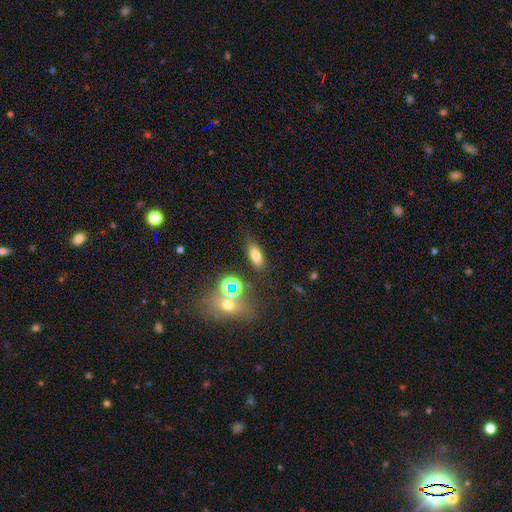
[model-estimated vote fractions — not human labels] Overall: smooth (71%). How rounded: in between (79%). Merging: none (77%).